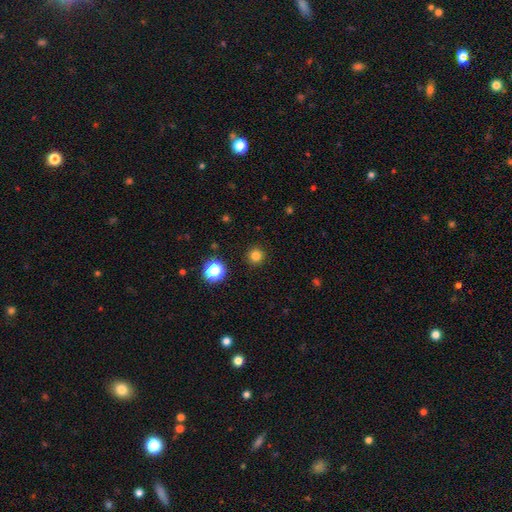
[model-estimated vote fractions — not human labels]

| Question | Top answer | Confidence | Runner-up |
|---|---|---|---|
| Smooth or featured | smooth | 80% | star or artifact (15%) |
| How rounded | round | 95% | in between (4%) |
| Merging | none | 91% | minor disturbance (5%) |